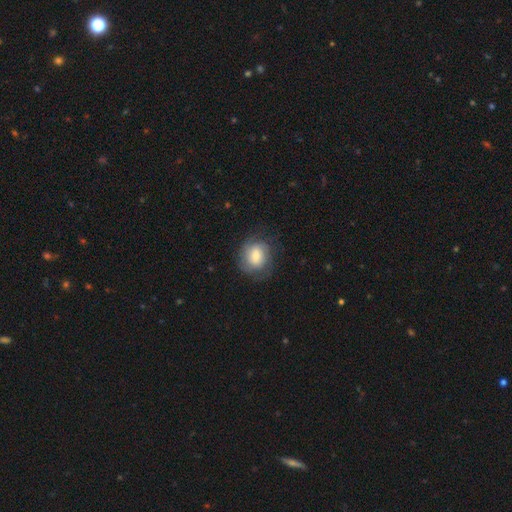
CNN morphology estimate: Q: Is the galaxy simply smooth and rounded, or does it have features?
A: smooth — 61%.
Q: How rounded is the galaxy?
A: round — 70%.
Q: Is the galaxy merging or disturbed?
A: none — 72%.